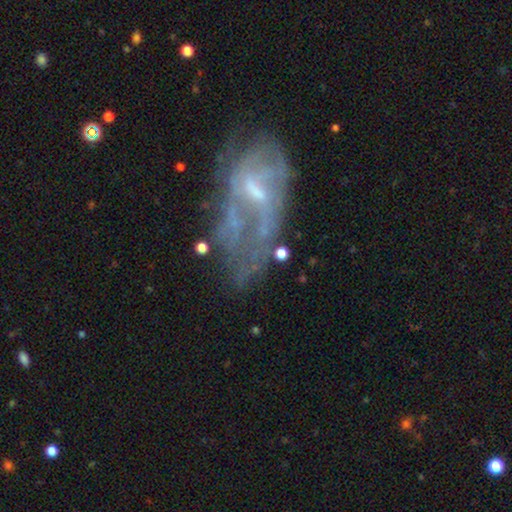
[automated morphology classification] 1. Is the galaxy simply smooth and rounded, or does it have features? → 68% featured or disk, 19% smooth, 13% star or artifact.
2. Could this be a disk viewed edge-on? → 93% no, 7% yes.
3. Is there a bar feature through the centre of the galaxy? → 45% weak, 41% no, 14% strong.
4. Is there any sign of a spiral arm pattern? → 51% yes, 49% no.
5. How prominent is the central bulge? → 51% small, 28% moderate, 17% none, 2% large, 1% dominant.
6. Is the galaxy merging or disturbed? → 39% none, 31% major disturbance, 23% minor disturbance, 7% merger.